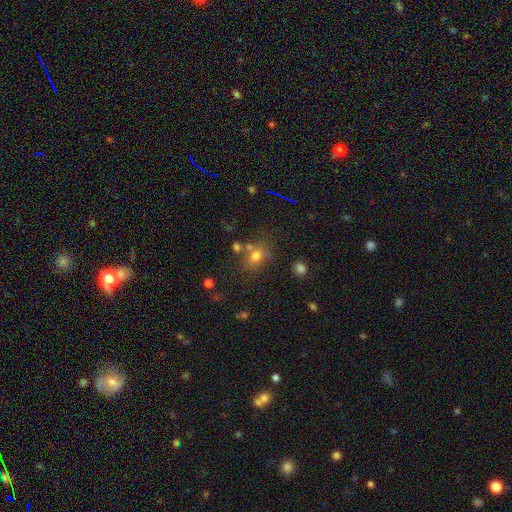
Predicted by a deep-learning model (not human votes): Q: Smooth or featured?
A: smooth (70%); runner-up: star or artifact (18%)
Q: How rounded?
A: round (61%); runner-up: in between (37%)
Q: Merging?
A: none (58%); runner-up: merger (19%)